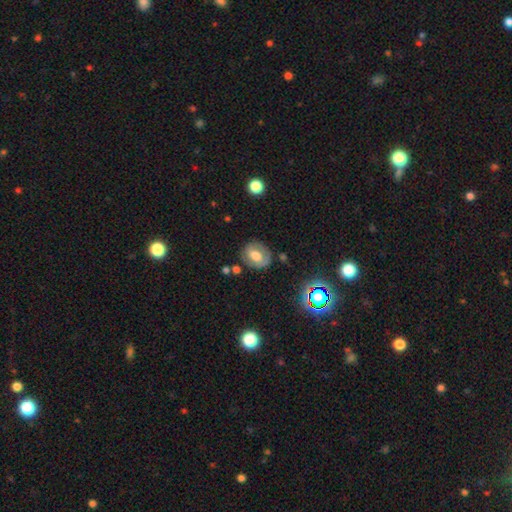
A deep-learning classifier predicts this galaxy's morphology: smooth_or_featured: smooth (p=0.53) [alt: featured or disk p=0.37]
how_rounded: round (p=0.56) [alt: in between p=0.43]
merging: none (p=0.71) [alt: minor disturbance p=0.19]